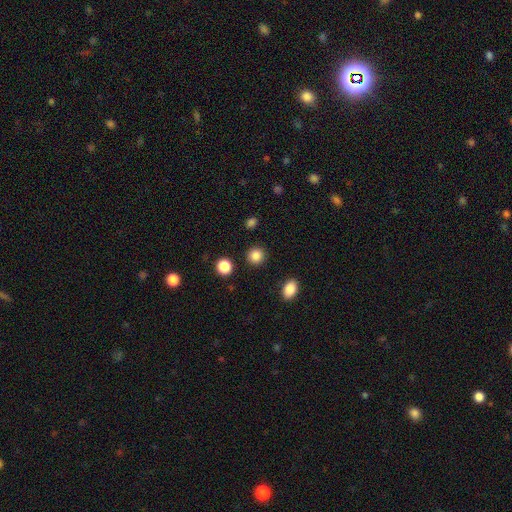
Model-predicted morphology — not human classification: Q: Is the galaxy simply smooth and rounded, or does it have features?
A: smooth — 86%.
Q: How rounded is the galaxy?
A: round — 91%.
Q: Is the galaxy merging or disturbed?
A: none — 91%.